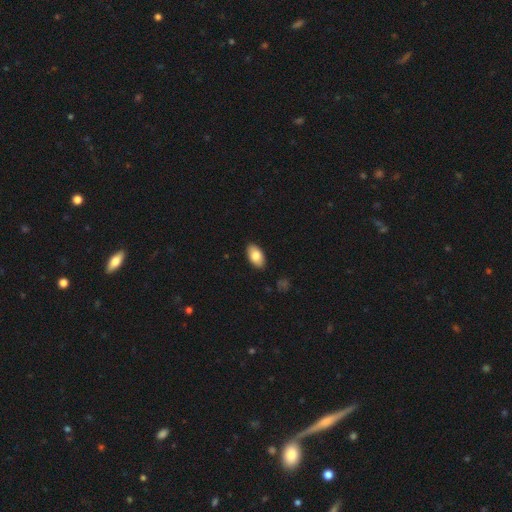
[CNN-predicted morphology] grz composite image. It shows a smooth galaxy with no disk features (81%) that is in between round and cigar-shaped (94%). Merging: none (89%).